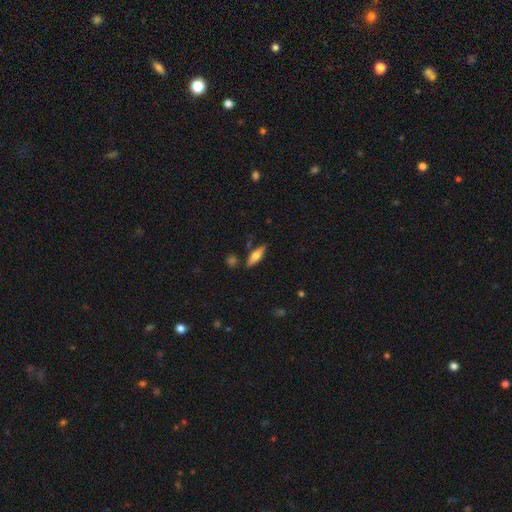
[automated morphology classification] Smooth or featured? smooth (60%)
How rounded? cigar-shaped (49%, tied with in between)
Merging? none (80%)